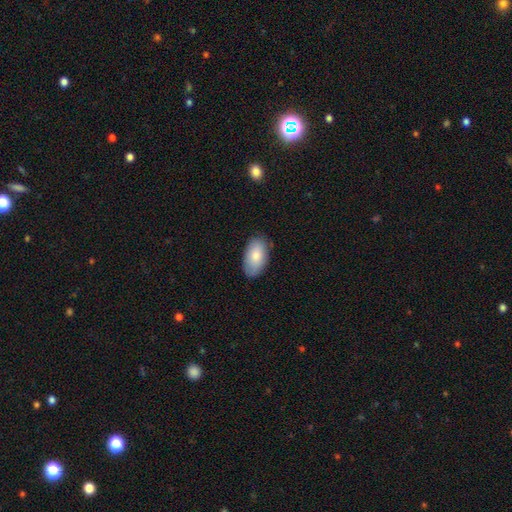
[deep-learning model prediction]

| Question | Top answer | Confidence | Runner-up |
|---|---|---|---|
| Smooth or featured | smooth | 81% | featured or disk (13%) |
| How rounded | in between | 95% | round (4%) |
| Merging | none | 82% | minor disturbance (14%) |